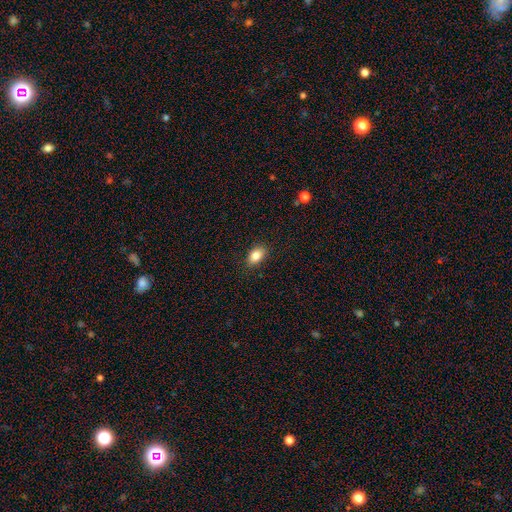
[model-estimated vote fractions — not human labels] Smooth or featured? smooth (85%)
How rounded? in between (88%)
Merging? none (87%)